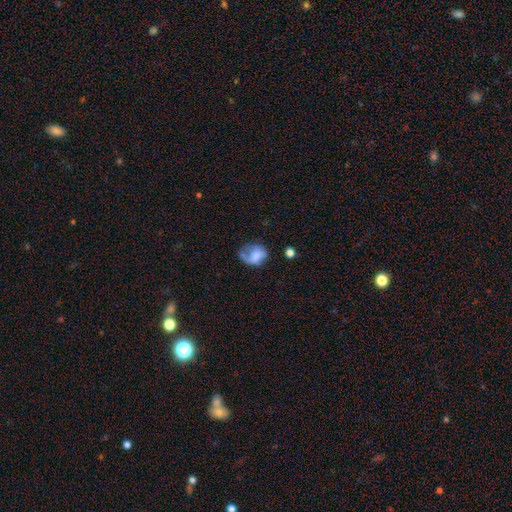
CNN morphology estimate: Overall: smooth (54%; featured or disk 36%). How rounded: in between (50%; round 48%). Merging: none (35%; major disturbance 30%).